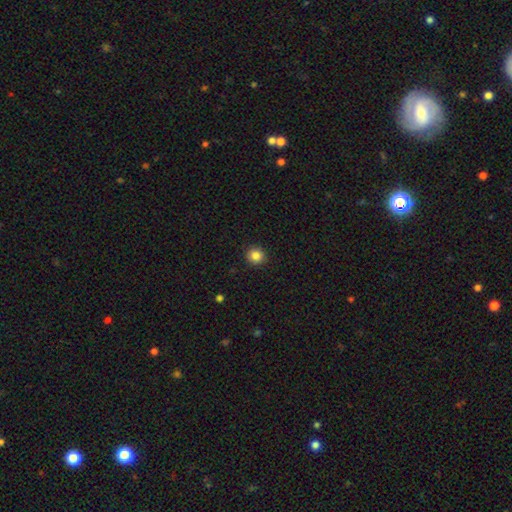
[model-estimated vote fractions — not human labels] Smooth or featured?
  - smooth: 84% *
  - star or artifact: 11%
  - featured or disk: 5%
How rounded?
  - round: 91% *
  - in between: 8%
  - cigar-shaped: 1%
Merging?
  - none: 93% *
  - minor disturbance: 5%
  - major disturbance: 2%
  - merger: 1%